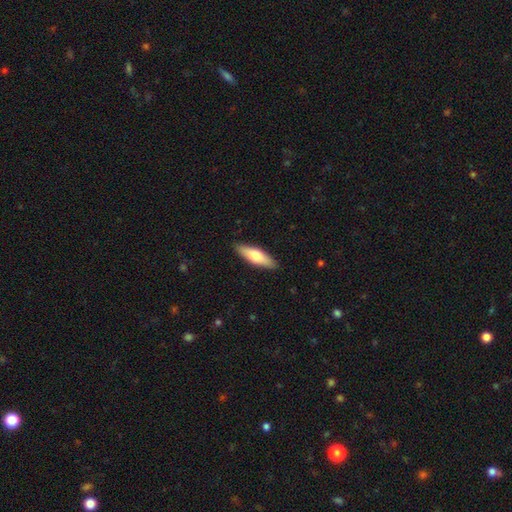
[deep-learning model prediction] A smooth galaxy with no disk features (64%) that is cigar-shaped (56%). Merging: none (89%).